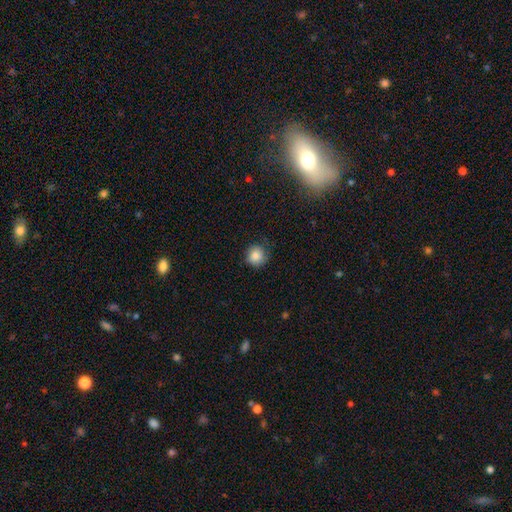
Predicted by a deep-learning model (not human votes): smooth 86%, star or artifact 9%, featured or disk 5%. Down the decision tree: how rounded — round (90%); merging — none (78%).